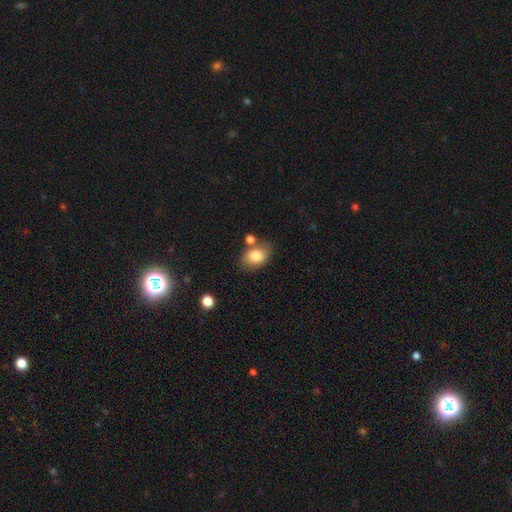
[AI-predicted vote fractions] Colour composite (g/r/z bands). It shows a smooth galaxy with no disk features (79%) that is in between round and cigar-shaped (78%). Merging: none (64%).